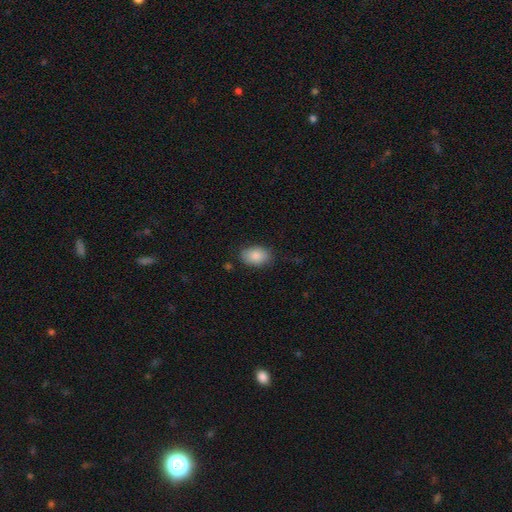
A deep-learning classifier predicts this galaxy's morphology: smooth_or_featured: smooth (p=0.87) [alt: star or artifact p=0.07]
how_rounded: in between (p=0.86) [alt: round p=0.13]
merging: none (p=0.81) [alt: minor disturbance p=0.14]